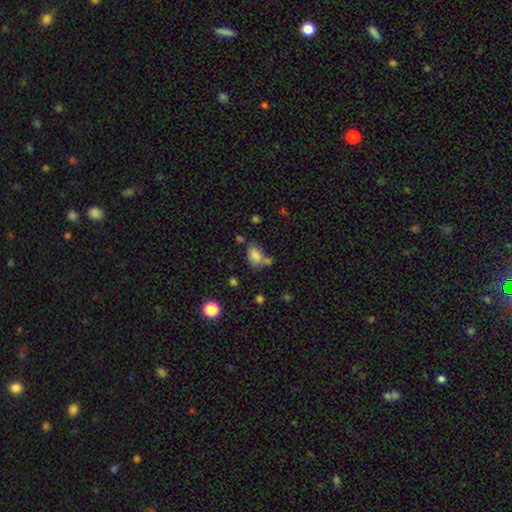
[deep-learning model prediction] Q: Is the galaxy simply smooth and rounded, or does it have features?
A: smooth — 79%.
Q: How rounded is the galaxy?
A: in between — 85%.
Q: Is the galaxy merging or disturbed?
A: none — 43%.